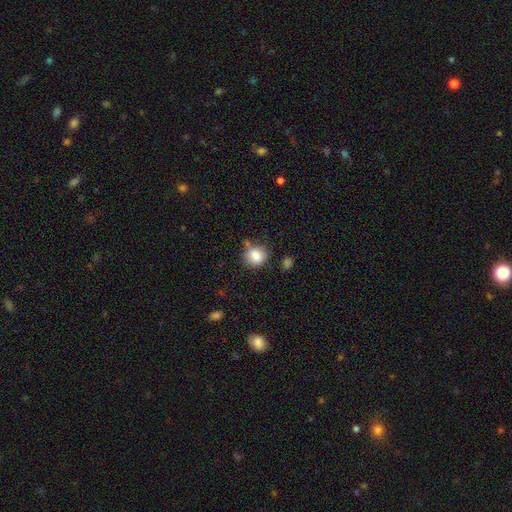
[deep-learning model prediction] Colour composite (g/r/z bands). It shows a smooth galaxy with no disk features (84%) that is round (78%). Merging: none (69%).